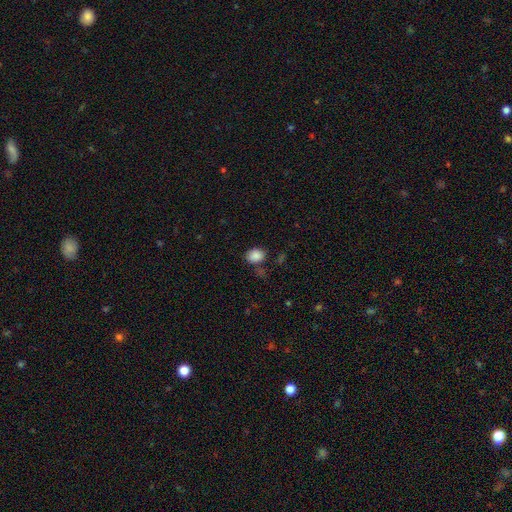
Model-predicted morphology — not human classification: smooth-or-featured: smooth: 86% | star or artifact: 9% | featured or disk: 5%
  how-rounded: in between: 59% | round: 40% | cigar-shaped: 1%
  merging: none: 70% | minor disturbance: 18% | merger: 6% | major disturbance: 5%